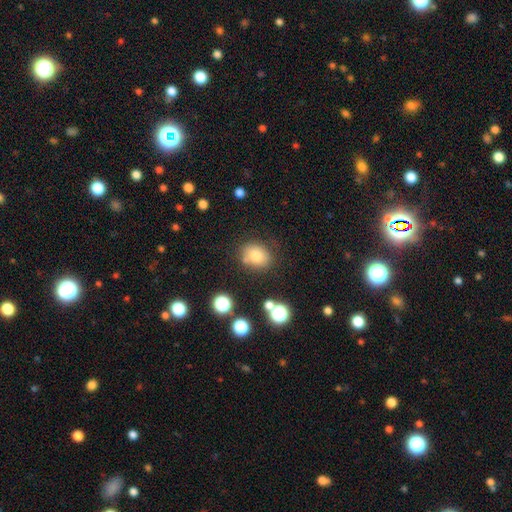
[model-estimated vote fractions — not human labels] Smooth or featured? smooth (76%)
How rounded? round (59%)
Merging? none (75%)